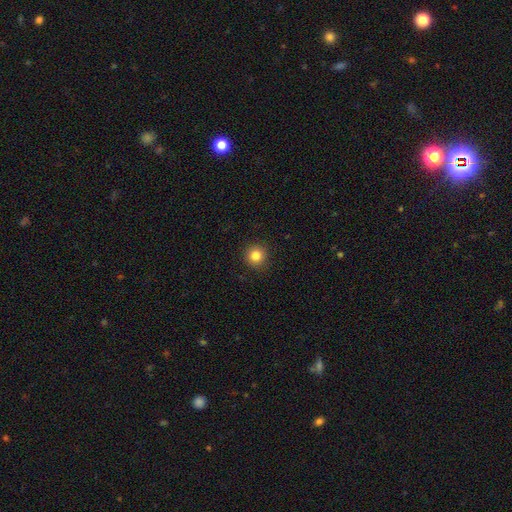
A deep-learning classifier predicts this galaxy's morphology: A smooth galaxy with no disk features (83%) that is round (94%).

Vote fractions:
- Smooth or featured? smooth: 83% / star or artifact: 12% / featured or disk: 5%
- How rounded? round: 94% / in between: 5% / cigar-shaped: 1%
- Merging? none: 91% / minor disturbance: 6% / major disturbance: 2% / merger: 1%